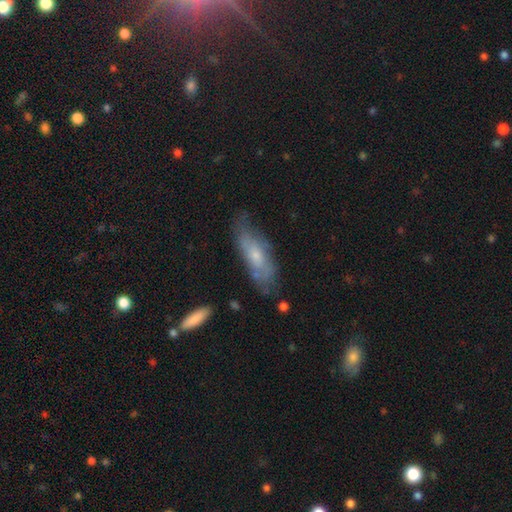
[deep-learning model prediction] Smooth or featured? smooth (49%)
Merging? none (56%)